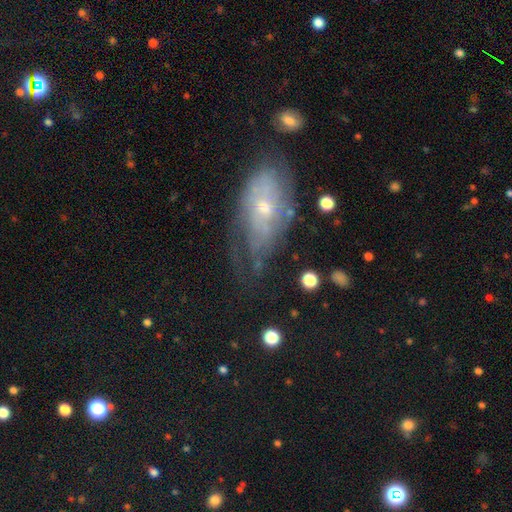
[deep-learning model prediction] featured or disk 53%, smooth 26%, star or artifact 21%. Down the decision tree: edge-on disk — no (83%); merging — none (56%).